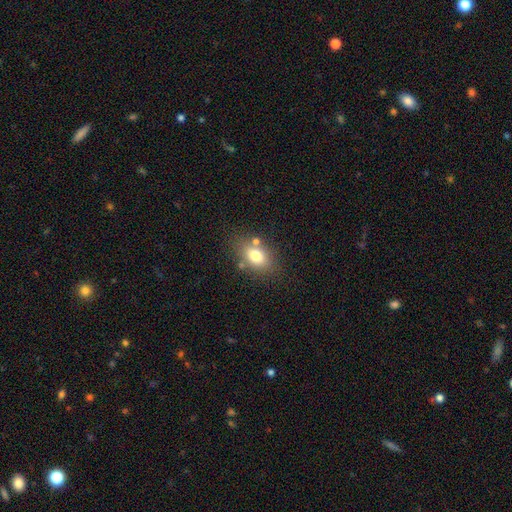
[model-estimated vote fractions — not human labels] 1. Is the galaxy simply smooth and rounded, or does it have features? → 75% smooth, 15% featured or disk, 11% star or artifact.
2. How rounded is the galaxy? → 76% in between, 21% round, 2% cigar-shaped.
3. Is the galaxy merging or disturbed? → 71% none, 14% minor disturbance, 11% merger, 5% major disturbance.